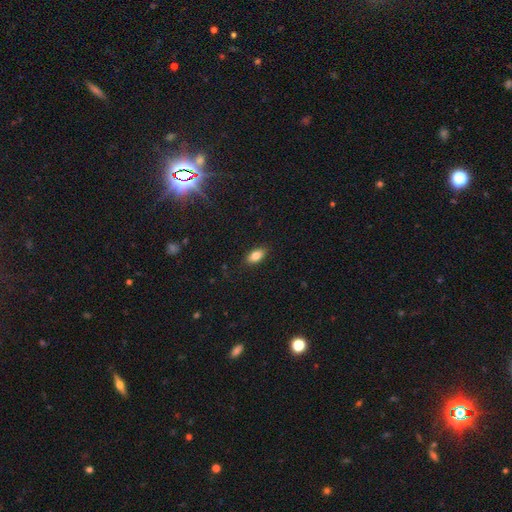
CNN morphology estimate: Overall: smooth (81%). How rounded: in between (89%). Merging: none (87%).